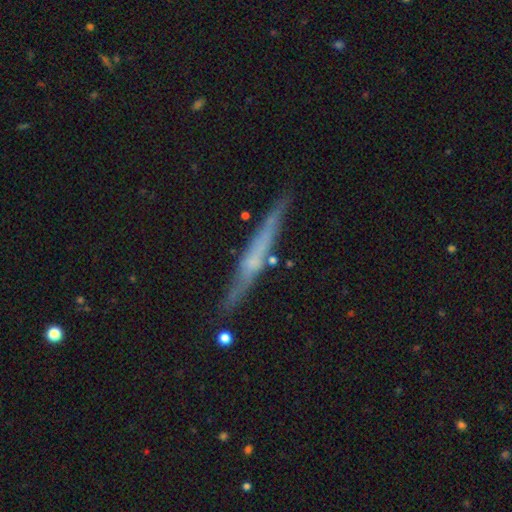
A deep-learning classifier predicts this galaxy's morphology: smooth-or-featured: featured or disk: 60% | smooth: 32% | star or artifact: 8%
  disk-edge-on: yes: 95% | no: 5%
    edge-on-bulge: none: 62% | rounded: 29% | boxy: 9%
  merging: none: 83% | minor disturbance: 12% | merger: 3% | major disturbance: 2%